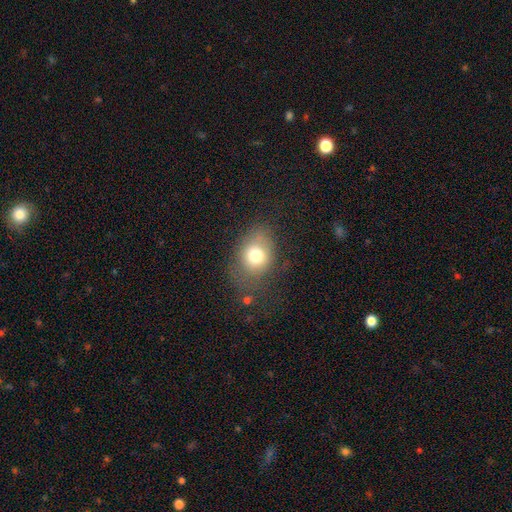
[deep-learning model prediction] Smooth or featured?
  - smooth: 74% *
  - featured or disk: 15%
  - star or artifact: 12%
How rounded?
  - in between: 56% *
  - round: 43%
  - cigar-shaped: 1%
Merging?
  - none: 62% *
  - minor disturbance: 23%
  - major disturbance: 13%
  - merger: 3%